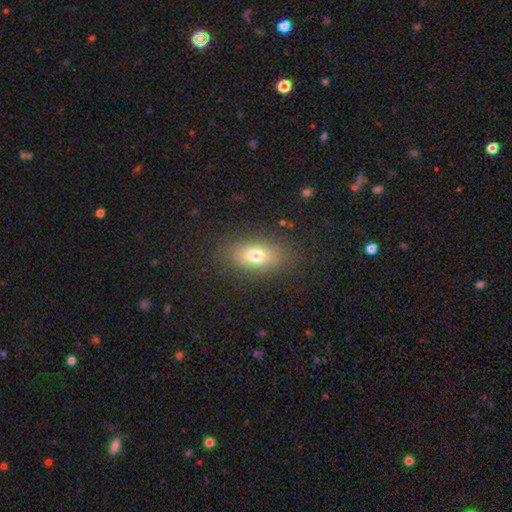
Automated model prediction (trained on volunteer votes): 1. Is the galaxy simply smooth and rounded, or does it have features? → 75% smooth, 14% featured or disk, 11% star or artifact.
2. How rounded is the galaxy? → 84% in between, 11% round, 5% cigar-shaped.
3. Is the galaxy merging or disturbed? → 84% none, 10% minor disturbance, 5% major disturbance, 1% merger.